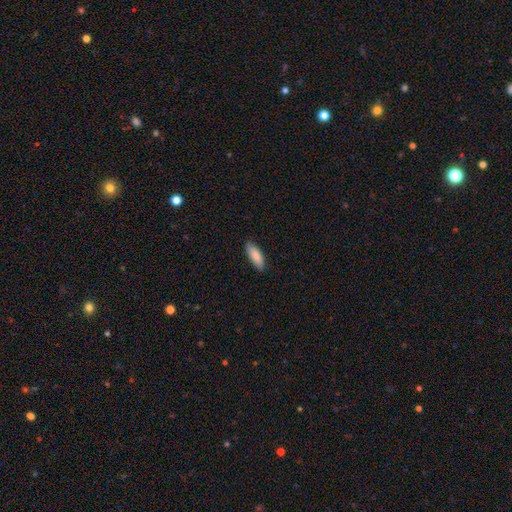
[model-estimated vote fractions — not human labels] Q: Smooth or featured?
A: smooth (85%); runner-up: featured or disk (10%)
Q: How rounded?
A: in between (65%); runner-up: cigar-shaped (34%)
Q: Merging?
A: none (86%); runner-up: minor disturbance (11%)